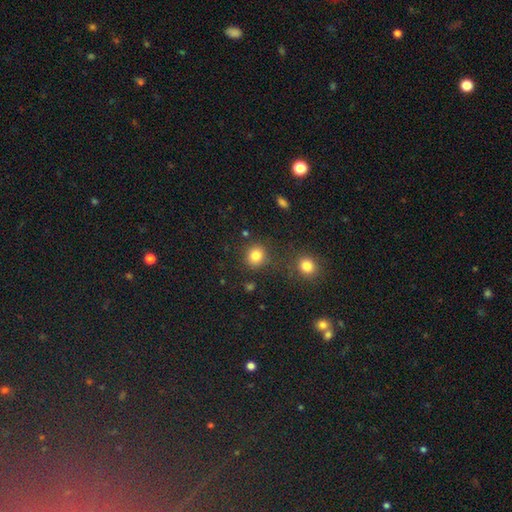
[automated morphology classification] Smooth or featured? Predicted: smooth (p=0.83). How rounded? Predicted: round (p=0.85). Merging? Predicted: none (p=0.81).